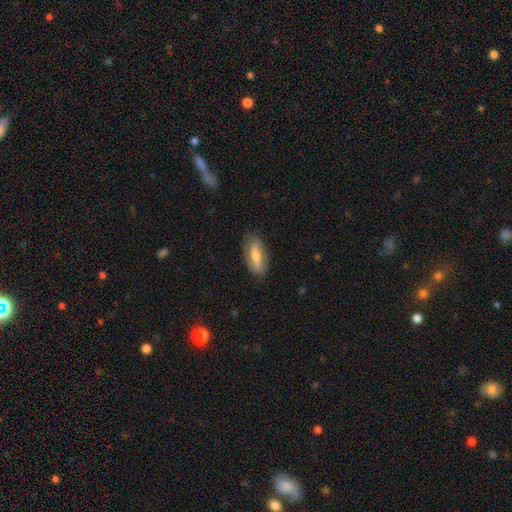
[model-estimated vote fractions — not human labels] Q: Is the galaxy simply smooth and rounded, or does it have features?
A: smooth — 53%.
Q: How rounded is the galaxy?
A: in between — 68%.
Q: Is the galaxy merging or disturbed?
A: none — 82%.